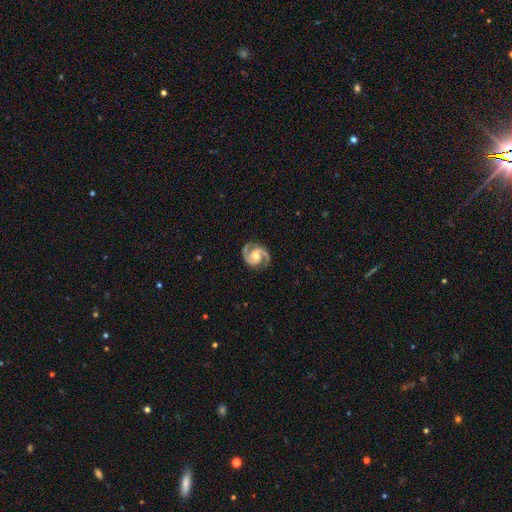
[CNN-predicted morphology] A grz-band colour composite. It shows a featured or disk galaxy (93%) with no bar (49%), 2 (94%) medium (53%) spiral arms (99%) and a moderate central bulge (61%). Merging: none (85%).